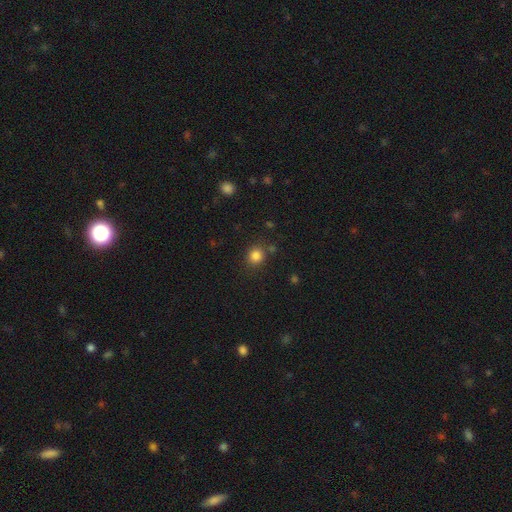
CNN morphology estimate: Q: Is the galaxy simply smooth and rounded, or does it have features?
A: smooth — 83%.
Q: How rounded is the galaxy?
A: round — 83%.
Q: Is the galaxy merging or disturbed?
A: none — 81%.